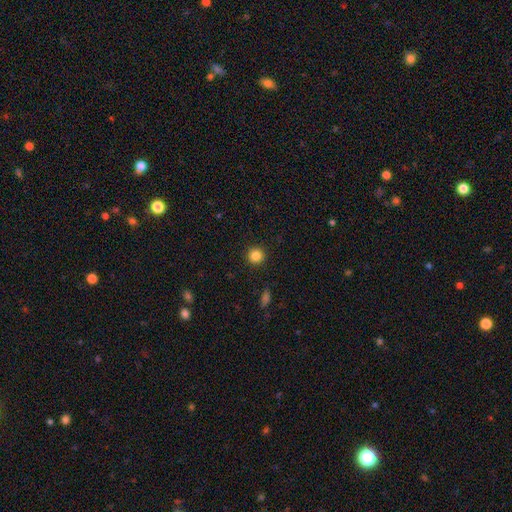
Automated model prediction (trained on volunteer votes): Smooth or featured?
  - smooth: 85% *
  - star or artifact: 11%
  - featured or disk: 4%
How rounded?
  - round: 94% *
  - in between: 5%
  - cigar-shaped: 1%
Merging?
  - none: 92% *
  - minor disturbance: 5%
  - major disturbance: 2%
  - merger: 1%